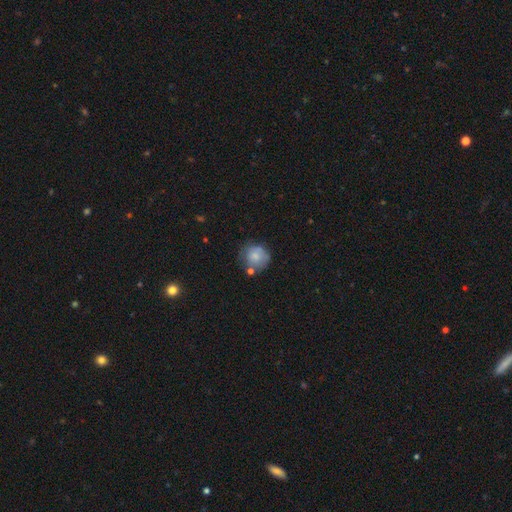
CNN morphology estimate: Smooth or featured? smooth (69%)
How rounded? round (86%)
Merging? none (57%)